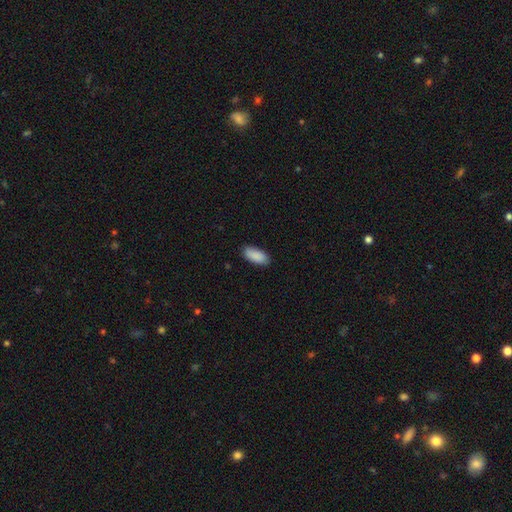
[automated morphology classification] Smooth or featured? smooth (90%)
How rounded? in between (87%)
Merging? none (86%)